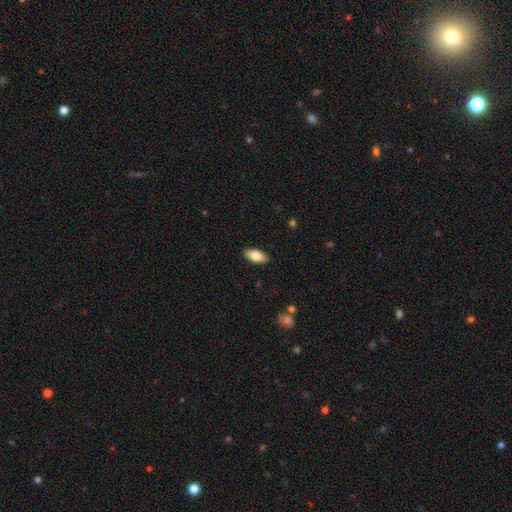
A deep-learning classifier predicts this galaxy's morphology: smooth_or_featured: smooth (p=0.77) [alt: featured or disk p=0.17]
how_rounded: in between (p=0.88) [alt: cigar-shaped p=0.10]
merging: none (p=0.89) [alt: minor disturbance p=0.08]